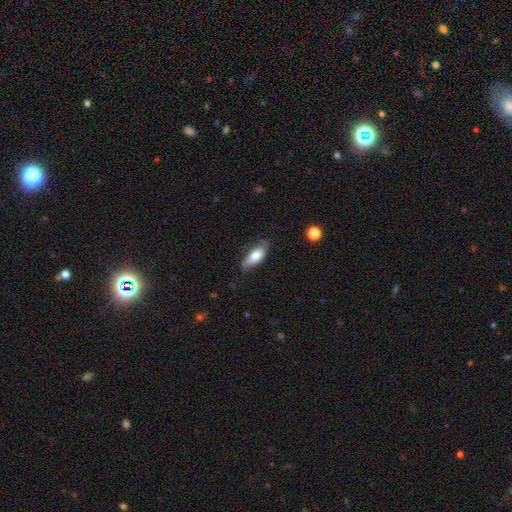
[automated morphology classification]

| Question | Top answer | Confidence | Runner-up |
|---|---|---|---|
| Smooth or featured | smooth | 70% | featured or disk (24%) |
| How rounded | in between | 76% | cigar-shaped (22%) |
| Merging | none | 72% | minor disturbance (22%) |